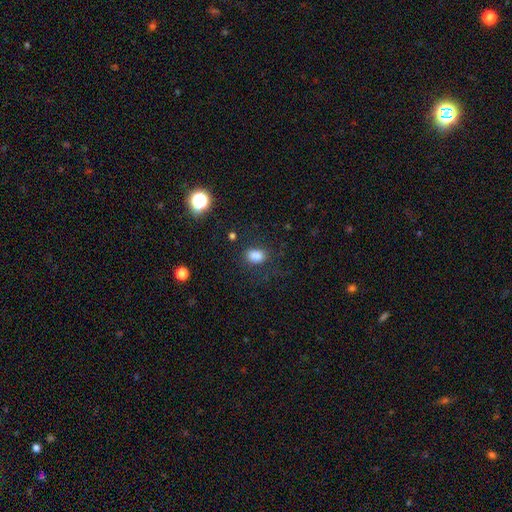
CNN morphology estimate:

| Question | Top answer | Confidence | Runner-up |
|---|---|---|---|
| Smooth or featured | smooth | 83% | star or artifact (12%) |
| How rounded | in between | 73% | round (25%) |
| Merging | none | 76% | minor disturbance (15%) |